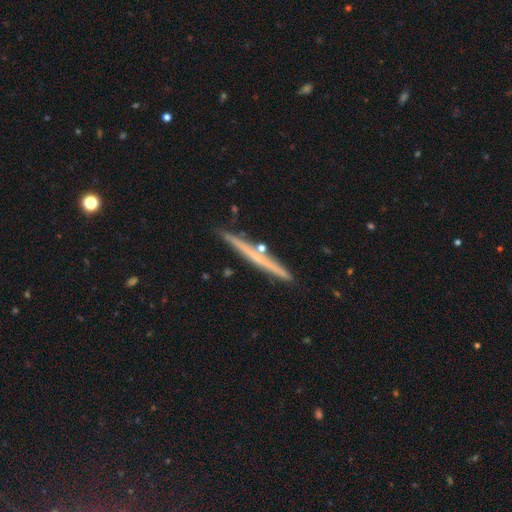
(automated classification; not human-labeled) A featured or disk galaxy (58%) viewed edge-on (97%) with no central bulge (78%). Merging: none (87%).